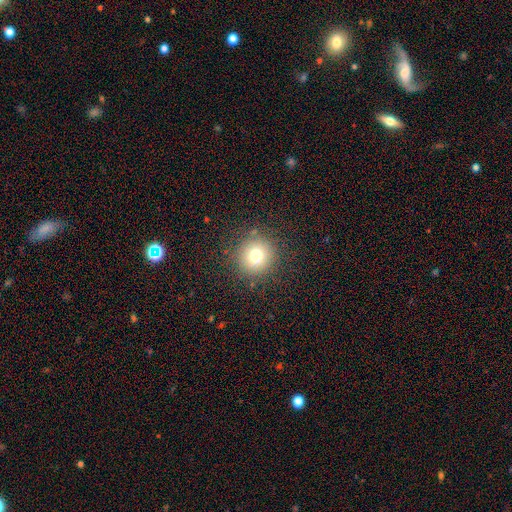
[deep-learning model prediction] smooth_or_featured: smooth (p=0.76) [alt: star or artifact p=0.14]
how_rounded: round (p=0.94) [alt: in between p=0.05]
merging: none (p=0.87) [alt: minor disturbance p=0.08]